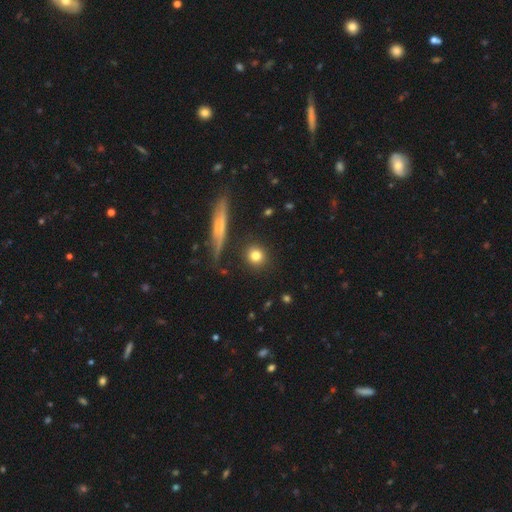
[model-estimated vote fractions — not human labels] Smooth or featured?
  - smooth: 80% *
  - featured or disk: 10%
  - star or artifact: 10%
How rounded?
  - round: 86% *
  - in between: 10%
  - cigar-shaped: 3%
Merging?
  - none: 88% *
  - minor disturbance: 7%
  - merger: 3%
  - major disturbance: 2%